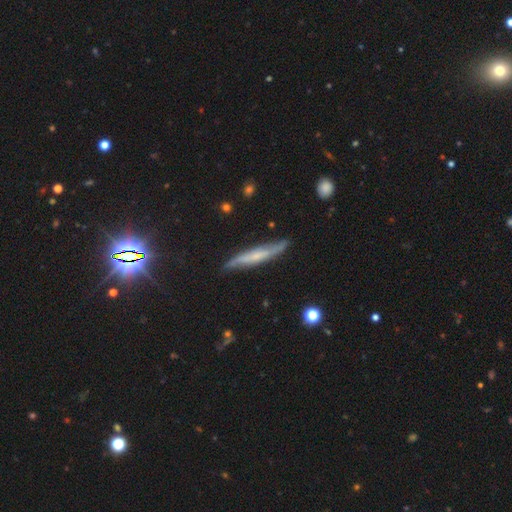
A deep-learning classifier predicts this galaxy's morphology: smooth-or-featured: featured or disk: 56% | smooth: 36% | star or artifact: 9%
  disk-edge-on: yes: 73% | no: 27%
  merging: none: 74% | minor disturbance: 20% | major disturbance: 4% | merger: 2%